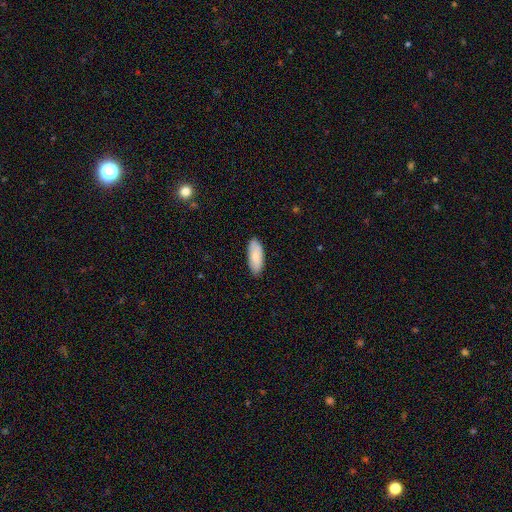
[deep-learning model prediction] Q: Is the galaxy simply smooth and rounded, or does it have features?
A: smooth — 83%.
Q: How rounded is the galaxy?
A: in between — 80%.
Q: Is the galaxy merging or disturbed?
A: none — 86%.